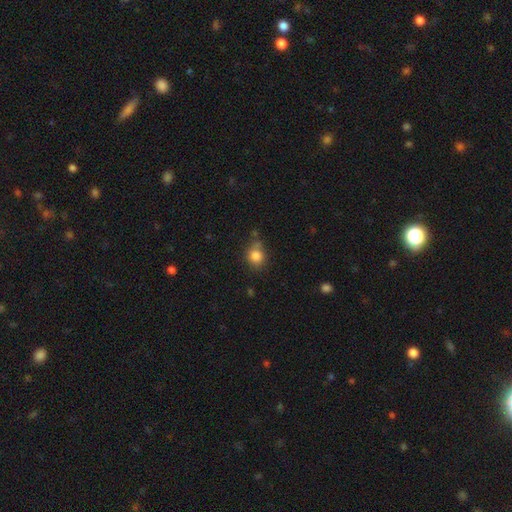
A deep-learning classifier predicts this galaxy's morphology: Overall: smooth (83%). How rounded: round (73%). Merging: none (63%).